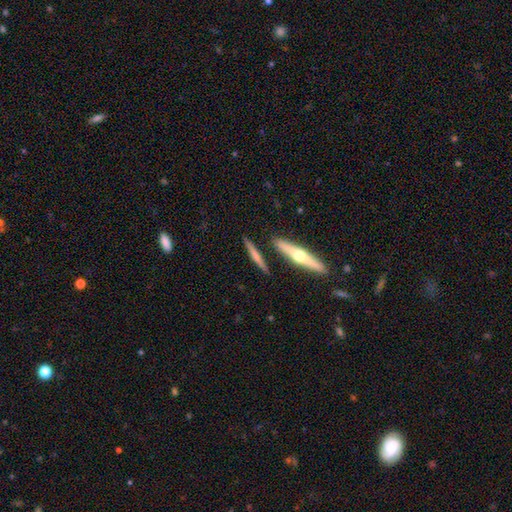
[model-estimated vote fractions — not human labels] Morphology: type=featured or disk (48%); merging=none (82%).